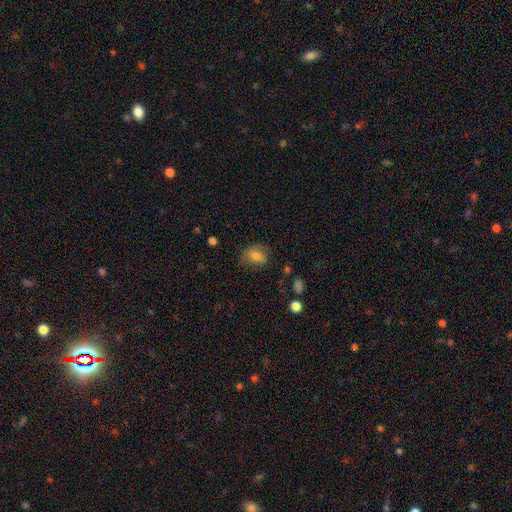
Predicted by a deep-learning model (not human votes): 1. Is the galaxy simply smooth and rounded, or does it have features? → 74% smooth, 15% featured or disk, 10% star or artifact.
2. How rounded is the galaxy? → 64% in between, 34% round, 1% cigar-shaped.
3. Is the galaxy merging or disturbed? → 64% none, 24% minor disturbance, 10% major disturbance, 2% merger.